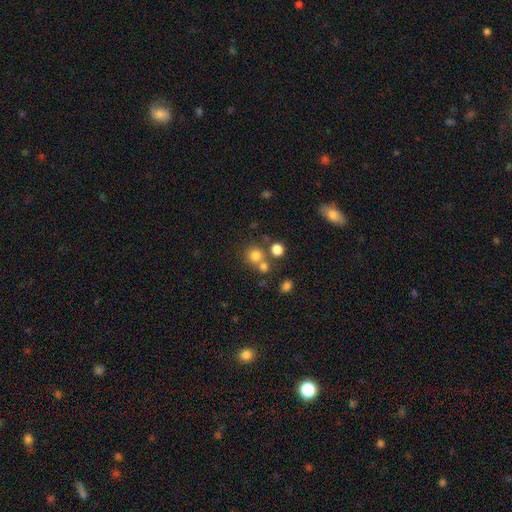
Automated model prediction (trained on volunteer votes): A smooth galaxy with no disk features (75%) that is round (89%).

Vote fractions:
- Smooth or featured? smooth: 75% / star or artifact: 16% / featured or disk: 9%
- How rounded? round: 89% / in between: 10% / cigar-shaped: 1%
- Merging? none: 60% / merger: 28% / minor disturbance: 8% / major disturbance: 4%